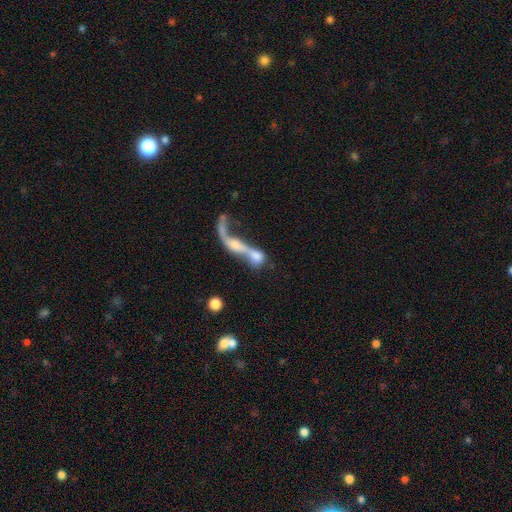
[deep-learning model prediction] This is possibly a featured or disk galaxy (50%). Merging: likely merger (65%).